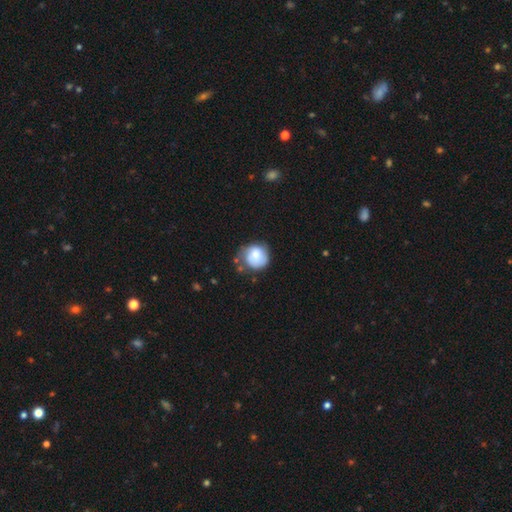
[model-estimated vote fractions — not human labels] smooth 67%, featured or disk 26%, star or artifact 7%. Down the decision tree: how rounded — round (85%); merging — none (54%).